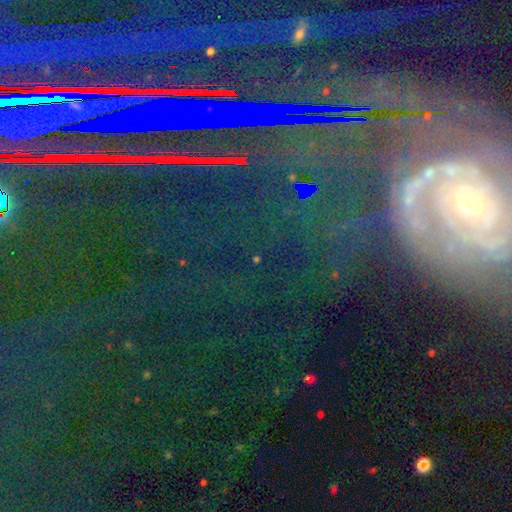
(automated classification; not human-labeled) Smooth or featured: star or artifact — 72% (featured or disk — 15%)